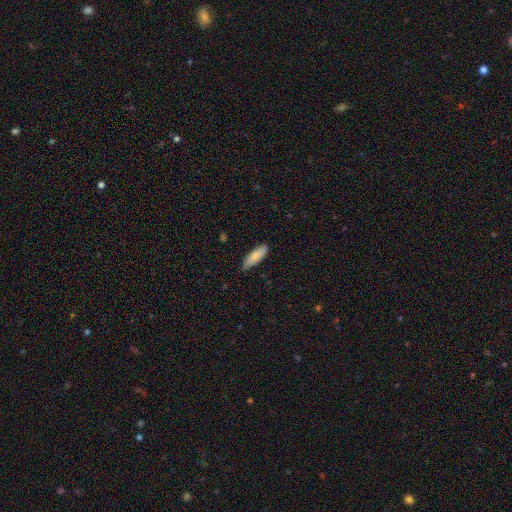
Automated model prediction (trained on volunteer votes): The model was most divided on "how rounded": in between: 62%, cigar-shaped: 37%, round: 2%. More confident: smooth or featured — smooth (82%); merging — none (78%).